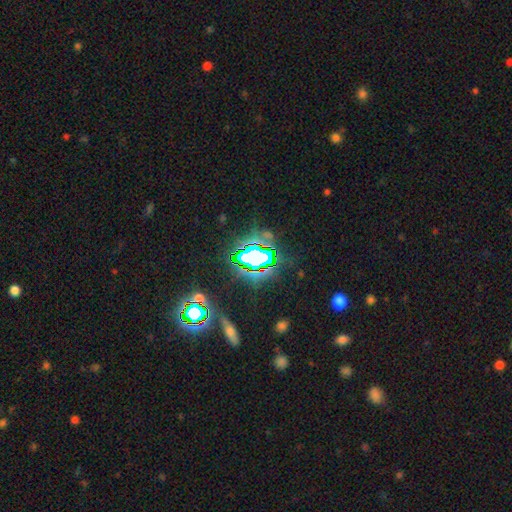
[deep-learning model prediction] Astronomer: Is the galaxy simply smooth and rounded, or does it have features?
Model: star or artifact — 73%.